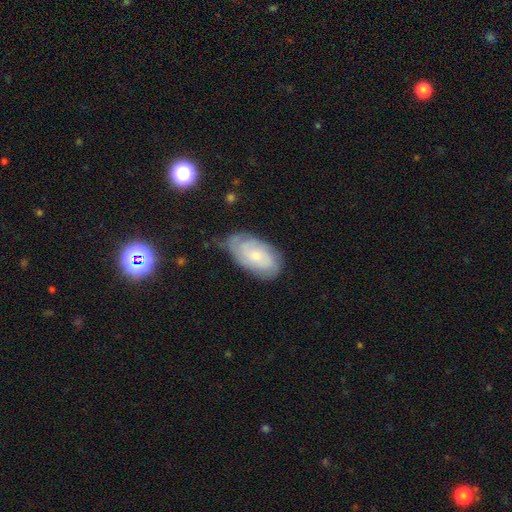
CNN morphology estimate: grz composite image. It shows a featured or disk galaxy (56%) with no bar (72%), spiral arms (85%) and a small central bulge (63%). Merging: none (59%).